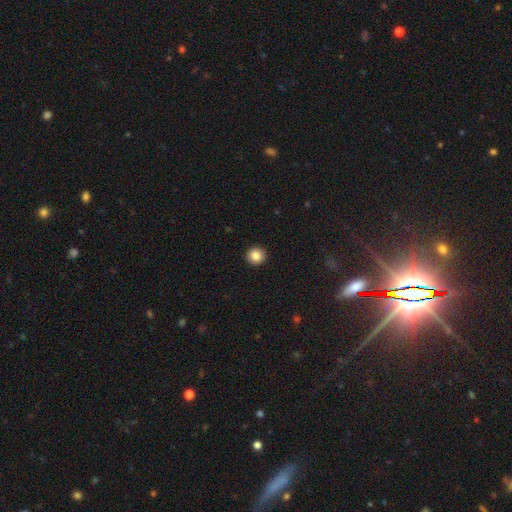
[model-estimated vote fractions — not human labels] Overall: smooth (85%). How rounded: round (94%). Merging: none (94%).